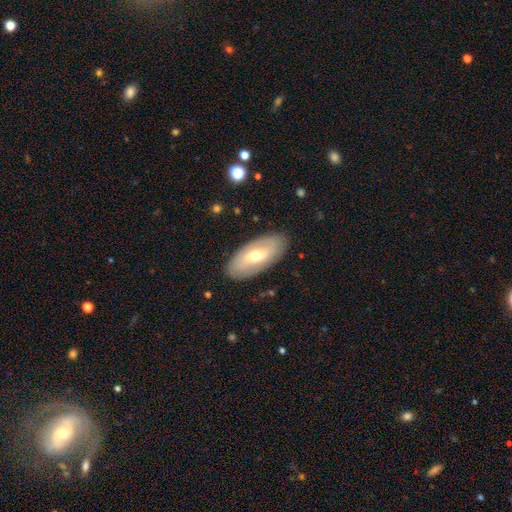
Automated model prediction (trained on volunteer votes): A featured or disk galaxy (55%).

Vote fractions:
- Smooth or featured? featured or disk: 55% / smooth: 40% / star or artifact: 6%
- Edge-on disk? no: 85% / yes: 15%
- Merging? none: 86% / minor disturbance: 10% / major disturbance: 3% / merger: 1%